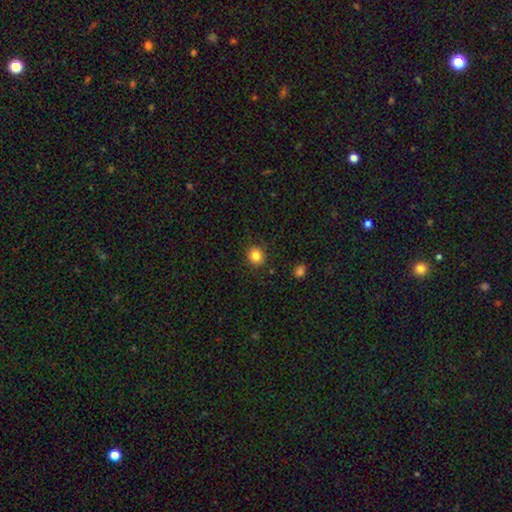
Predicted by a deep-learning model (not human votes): Smooth or featured?
  - smooth: 84% *
  - star or artifact: 11%
  - featured or disk: 5%
How rounded?
  - round: 86% *
  - in between: 13%
  - cigar-shaped: 1%
Merging?
  - none: 88% *
  - minor disturbance: 8%
  - major disturbance: 2%
  - merger: 2%